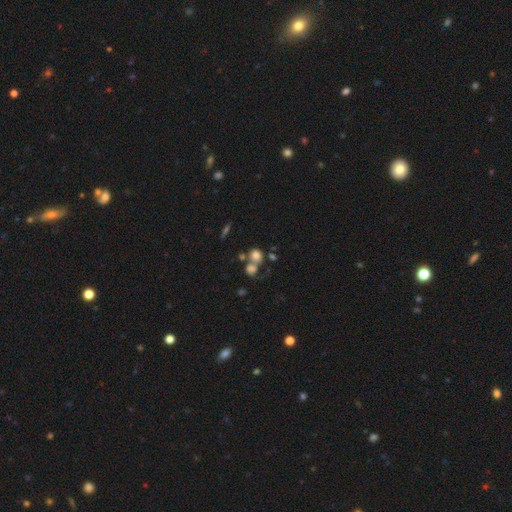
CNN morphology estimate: This is likely a smooth galaxy (73%). How rounded: likely round (78%). Merging: marginally merger (43%).